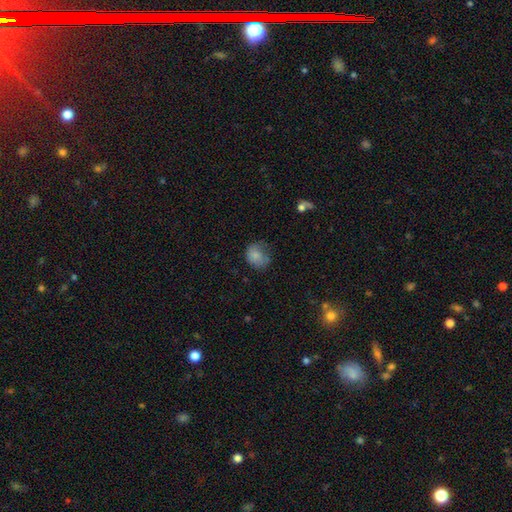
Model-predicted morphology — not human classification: This is likely a smooth galaxy (78%). How rounded: likely round (64%). Merging: possibly none (52%).